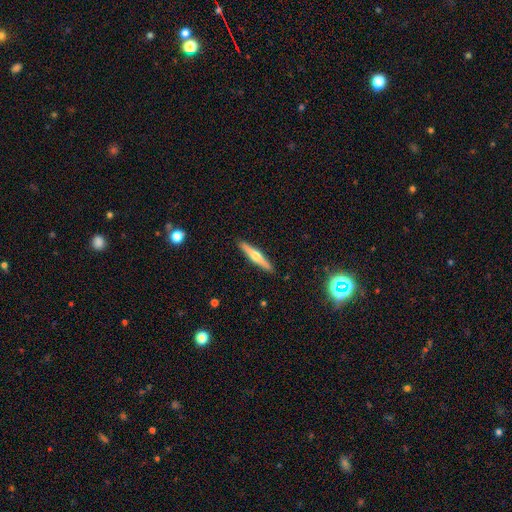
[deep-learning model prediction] Overall: featured or disk (58%; smooth 36%). Edge-on disk: yes (97%). Edge-on bulge: rounded (91%). Merging: none (91%).